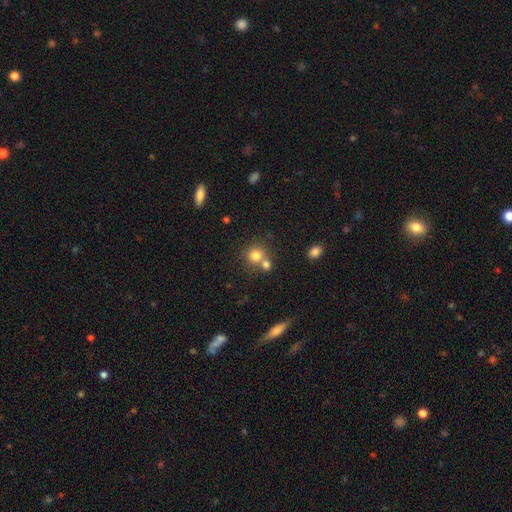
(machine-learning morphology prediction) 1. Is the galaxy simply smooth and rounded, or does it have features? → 77% smooth, 13% star or artifact, 10% featured or disk.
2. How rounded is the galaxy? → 85% round, 14% in between, 1% cigar-shaped.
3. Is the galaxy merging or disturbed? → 49% none, 40% merger, 8% minor disturbance, 3% major disturbance.